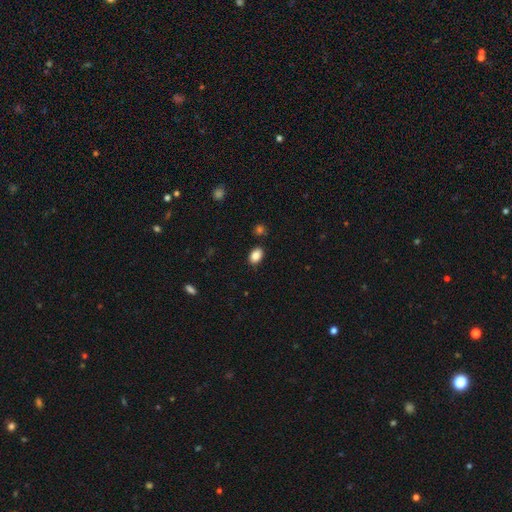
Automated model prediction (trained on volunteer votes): smooth_or_featured: smooth (p=0.87) [alt: star or artifact p=0.08]
how_rounded: in between (p=0.85) [alt: round p=0.14]
merging: none (p=0.86) [alt: minor disturbance p=0.10]